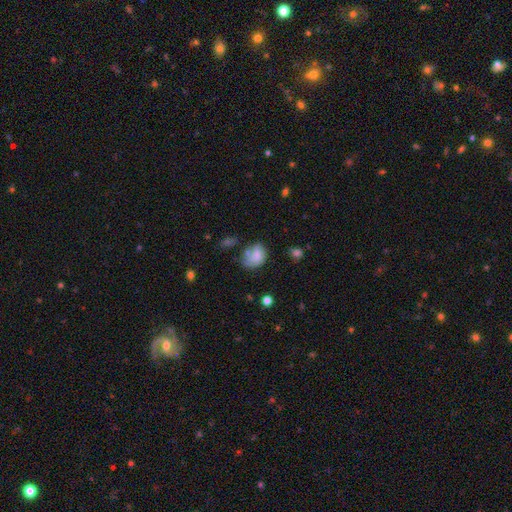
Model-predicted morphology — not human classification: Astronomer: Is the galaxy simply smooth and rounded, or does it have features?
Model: smooth — 57% (runner-up: featured or disk, 33%).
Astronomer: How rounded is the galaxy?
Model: in between — 61% (runner-up: round, 38%).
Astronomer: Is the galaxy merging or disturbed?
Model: none — 37% (runner-up: minor disturbance, 28%).